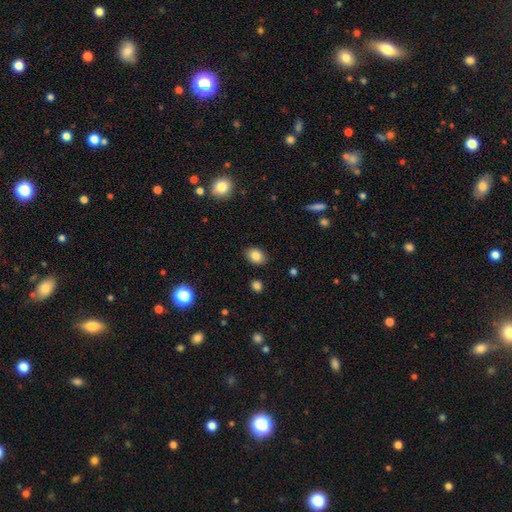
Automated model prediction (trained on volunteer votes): A smooth galaxy with no disk features (85%) that is in between round and cigar-shaped (73%).

Vote fractions:
- Smooth or featured? smooth: 85% / star or artifact: 9% / featured or disk: 6%
- How rounded? in between: 73% / round: 26% / cigar-shaped: 1%
- Merging? none: 88% / minor disturbance: 9% / major disturbance: 2% / merger: 1%